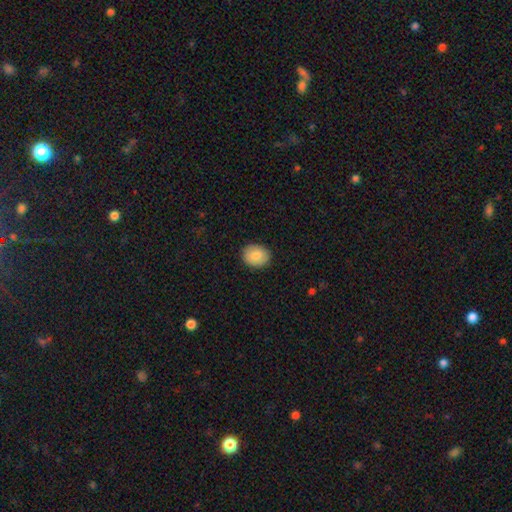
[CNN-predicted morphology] A smooth galaxy with no disk features (83%) that is round (51%).

Vote fractions:
- Smooth or featured? smooth: 83% / featured or disk: 10% / star or artifact: 7%
- How rounded? round: 51% / in between: 49% / cigar-shaped: 1%
- Merging? none: 88% / minor disturbance: 9% / major disturbance: 2% / merger: 1%